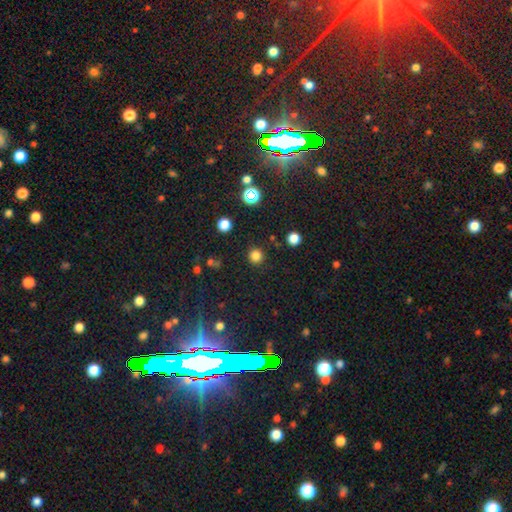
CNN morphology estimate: The model was most divided on "smooth or featured": smooth: 80%, star or artifact: 16%, featured or disk: 4%. More confident: how rounded — round (94%); merging — none (90%).